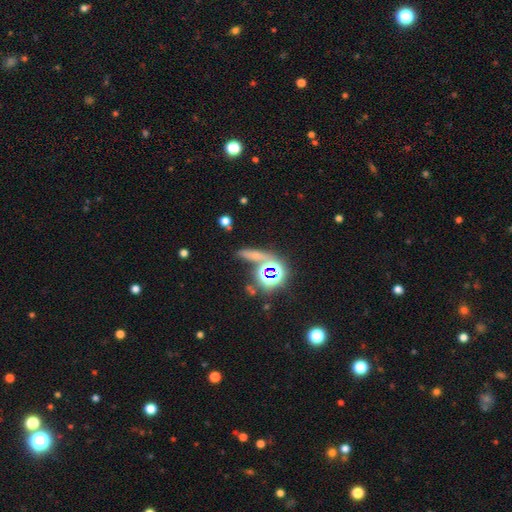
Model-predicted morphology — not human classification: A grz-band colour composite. It shows a smooth galaxy with no disk features (45%). Merging: none (69%).